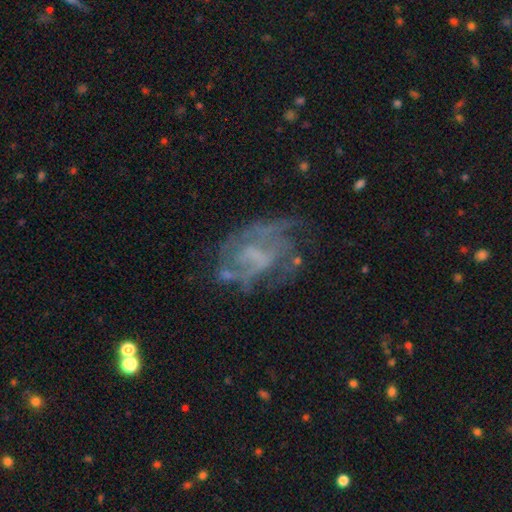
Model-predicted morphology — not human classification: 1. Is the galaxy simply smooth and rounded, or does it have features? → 72% featured or disk, 16% smooth, 11% star or artifact.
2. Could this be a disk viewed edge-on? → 97% no, 3% yes.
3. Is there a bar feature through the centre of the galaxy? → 54% no, 36% weak, 10% strong.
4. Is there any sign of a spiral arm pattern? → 61% yes, 39% no.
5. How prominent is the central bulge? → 54% none, 23% small, 19% moderate, 4% large, 1% dominant.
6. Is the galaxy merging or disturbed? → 44% none, 28% major disturbance, 23% minor disturbance, 5% merger.